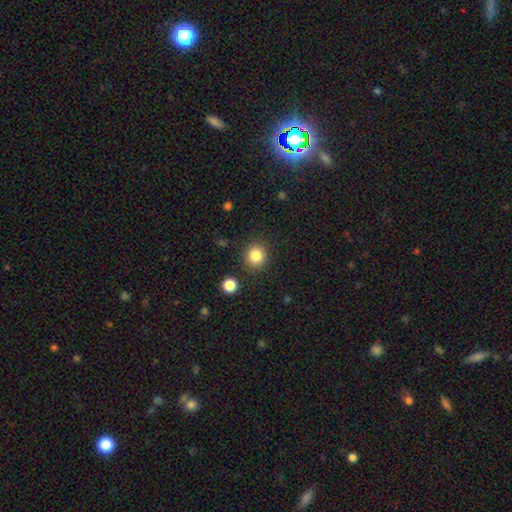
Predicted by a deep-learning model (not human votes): smooth 84%, star or artifact 11%, featured or disk 5%. Down the decision tree: how rounded — round (88%); merging — none (88%).